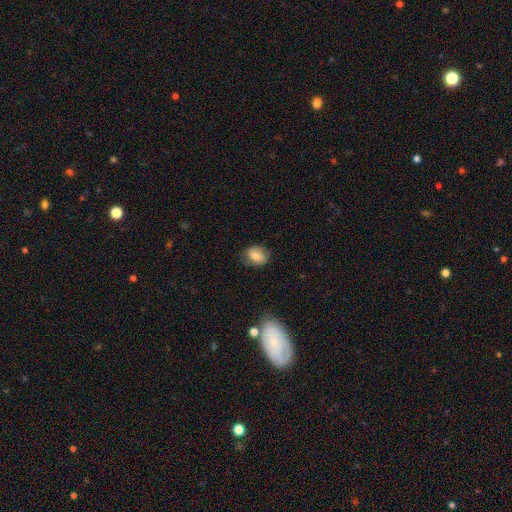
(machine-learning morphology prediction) smooth-or-featured: smooth: 76% | featured or disk: 15% | star or artifact: 9%
  how-rounded: in between: 56% | round: 43% | cigar-shaped: 1%
  merging: none: 77% | minor disturbance: 17% | major disturbance: 5% | merger: 1%